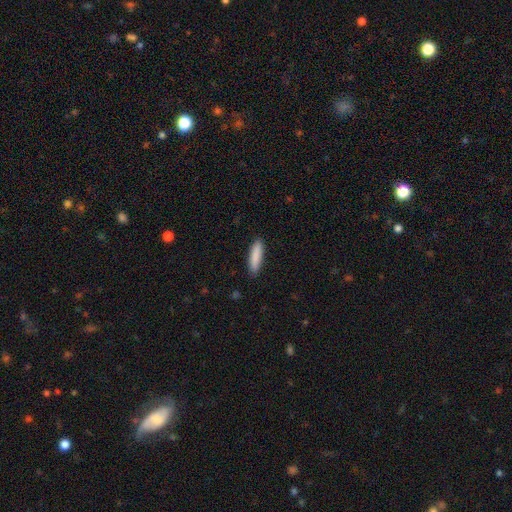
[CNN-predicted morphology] A smooth galaxy with no disk features (88%) that is cigar-shaped (74%).

Vote fractions:
- Smooth or featured? smooth: 88% / featured or disk: 7% / star or artifact: 6%
- How rounded? cigar-shaped: 74% / in between: 25% / round: 1%
- Merging? none: 89% / minor disturbance: 9% / major disturbance: 2% / merger: 1%